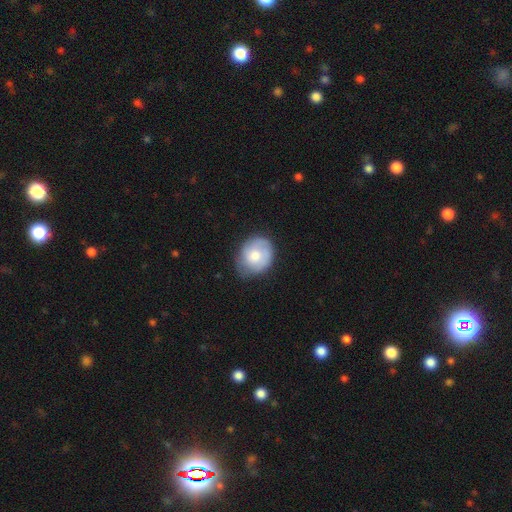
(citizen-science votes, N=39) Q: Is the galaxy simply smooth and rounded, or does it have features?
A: smooth — 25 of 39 (64%).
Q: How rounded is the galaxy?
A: round — 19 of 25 (76%).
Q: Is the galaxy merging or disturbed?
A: none — 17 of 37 (46%).